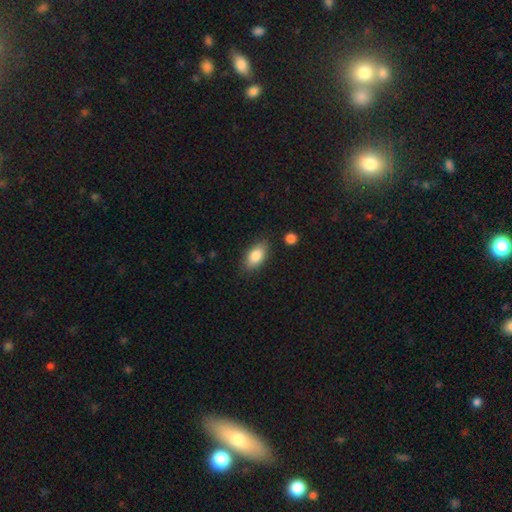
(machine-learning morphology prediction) The model was most divided on "merging": none: 83%, minor disturbance: 12%, major disturbance: 3%, merger: 2%. More confident: how rounded — in between (90%); smooth or featured — smooth (84%).